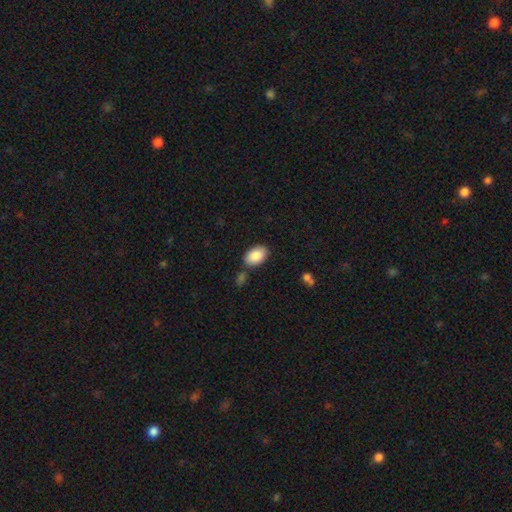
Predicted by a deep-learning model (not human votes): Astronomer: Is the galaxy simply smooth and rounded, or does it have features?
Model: smooth — 88%.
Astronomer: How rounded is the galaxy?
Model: in between — 91%.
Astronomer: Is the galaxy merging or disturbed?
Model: none — 76%.